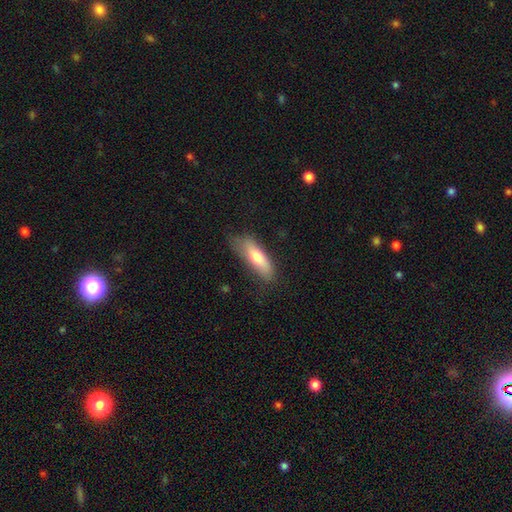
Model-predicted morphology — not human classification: Q: Smooth or featured?
A: smooth (66%); runner-up: featured or disk (27%)
Q: How rounded?
A: cigar-shaped (49%); runner-up: in between (48%)
Q: Merging?
A: none (66%); runner-up: minor disturbance (25%)